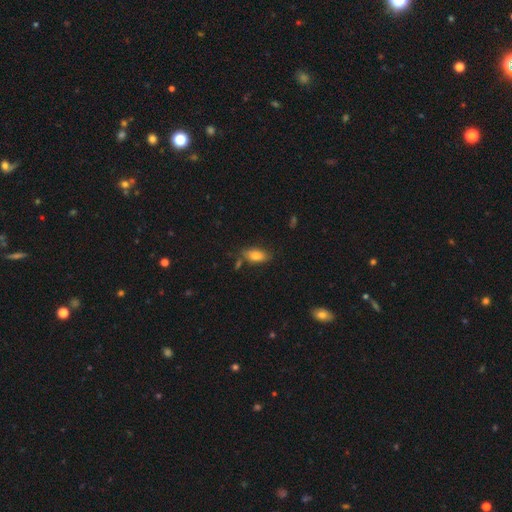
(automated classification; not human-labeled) Smooth or featured? smooth (80%)
How rounded? in between (86%)
Merging? none (76%)